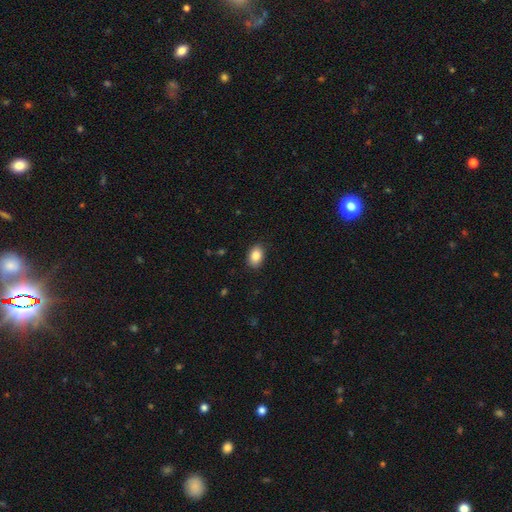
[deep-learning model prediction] This is clearly a smooth galaxy (86%). How rounded: clearly in between (84%). Merging: clearly none (88%).